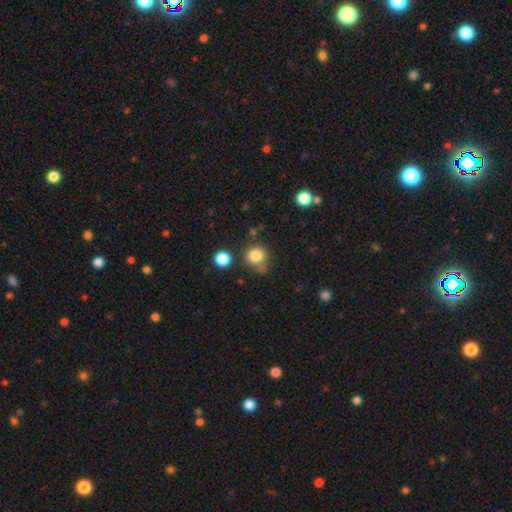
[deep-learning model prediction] This is clearly a smooth galaxy (83%). How rounded: clearly round (87%). Merging: likely none (66%).